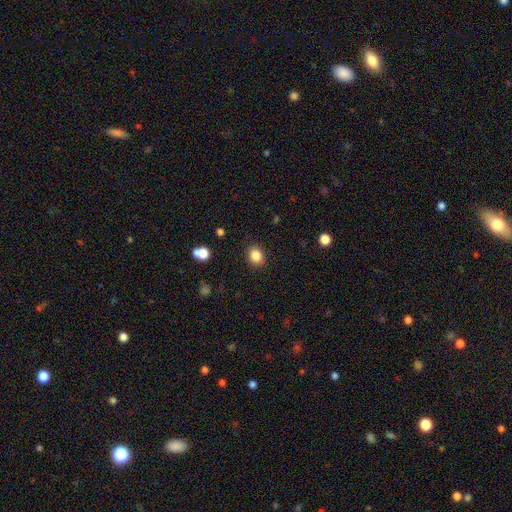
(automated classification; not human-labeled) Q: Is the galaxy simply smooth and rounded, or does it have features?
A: smooth — 85%.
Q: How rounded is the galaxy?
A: round — 63%.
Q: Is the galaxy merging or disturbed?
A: none — 89%.